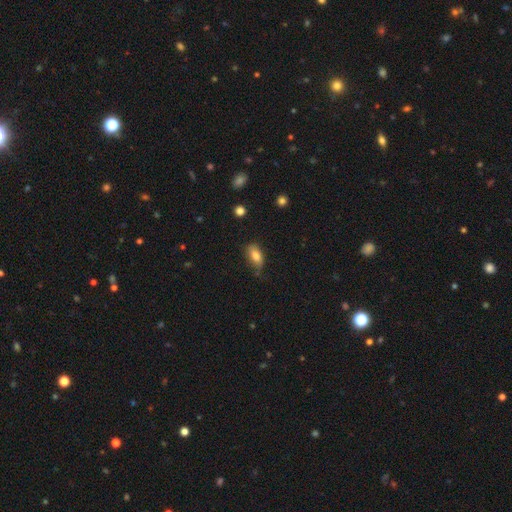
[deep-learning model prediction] smooth_or_featured: smooth (p=0.81) [alt: featured or disk p=0.12]
how_rounded: in between (p=0.87) [alt: cigar-shaped p=0.09]
merging: none (p=0.61) [alt: minor disturbance p=0.30]